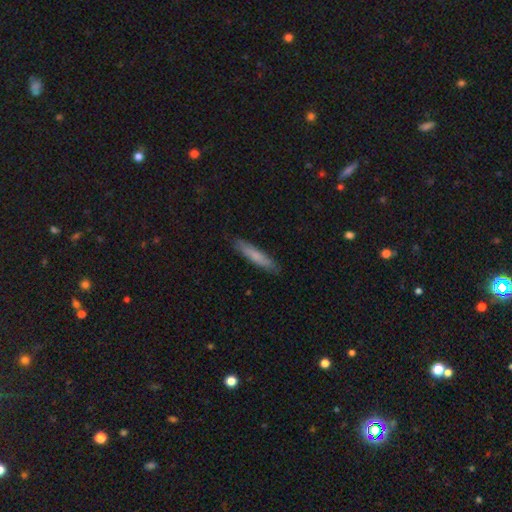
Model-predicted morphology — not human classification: A smooth galaxy with no disk features (74%) that is cigar-shaped (89%). Merging: none (87%).